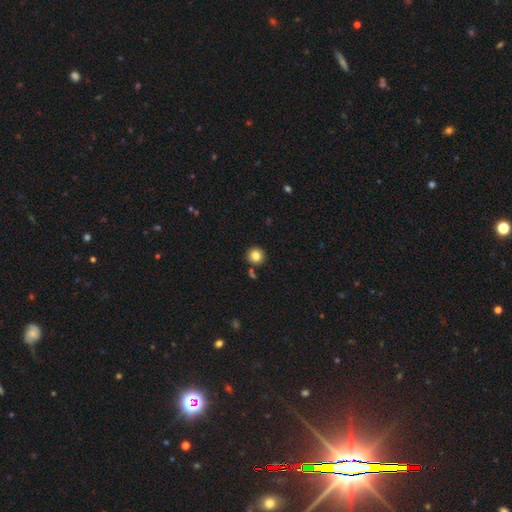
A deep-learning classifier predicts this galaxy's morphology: Smooth or featured? smooth (83%)
How rounded? round (92%)
Merging? none (84%)